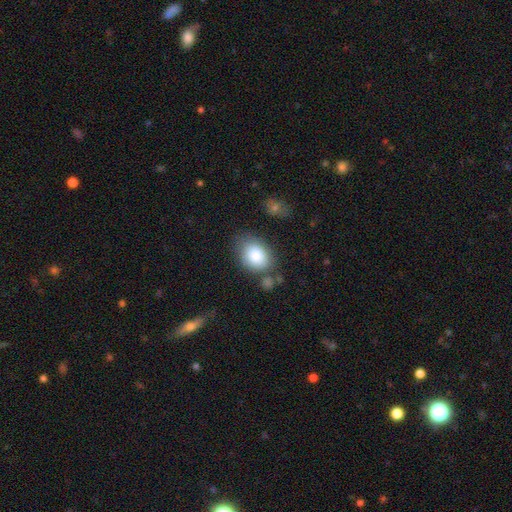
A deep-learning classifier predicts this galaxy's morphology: Smooth or featured: smooth — 84% (featured or disk — 9%)
How rounded: in between — 69% (round — 30%)
Merging: none — 65% (minor disturbance — 20%)